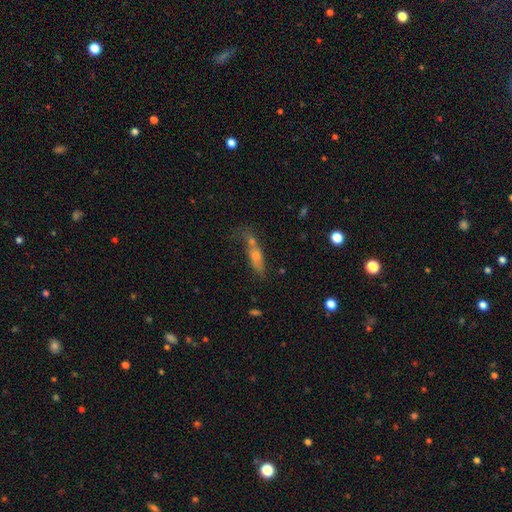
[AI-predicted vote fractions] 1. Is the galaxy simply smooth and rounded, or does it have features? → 51% smooth, 32% featured or disk, 17% star or artifact.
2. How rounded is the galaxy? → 53% cigar-shaped, 41% in between, 6% round.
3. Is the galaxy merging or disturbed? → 38% none, 28% merger, 17% major disturbance, 17% minor disturbance.